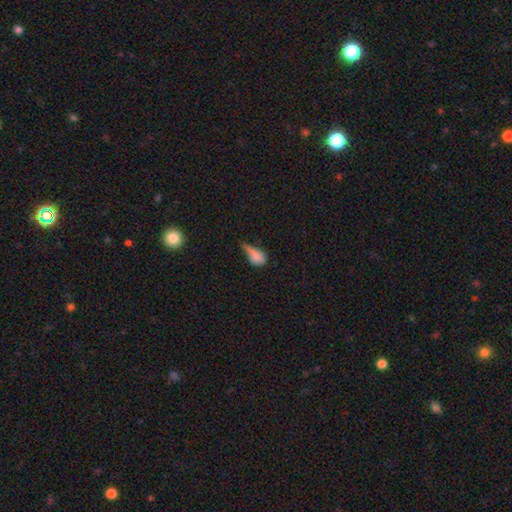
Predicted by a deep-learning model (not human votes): A smooth galaxy with no disk features (76%) that is in between round and cigar-shaped (75%).

Vote fractions:
- Smooth or featured? smooth: 76% / featured or disk: 13% / star or artifact: 11%
- How rounded? in between: 75% / round: 17% / cigar-shaped: 8%
- Merging? minor disturbance: 39% / major disturbance: 34% / none: 20% / merger: 7%